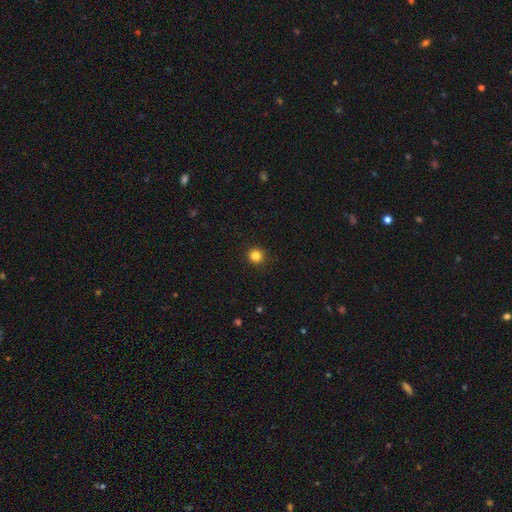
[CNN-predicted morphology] smooth 84%, star or artifact 12%, featured or disk 4%. Down the decision tree: how rounded — round (93%); merging — none (92%).